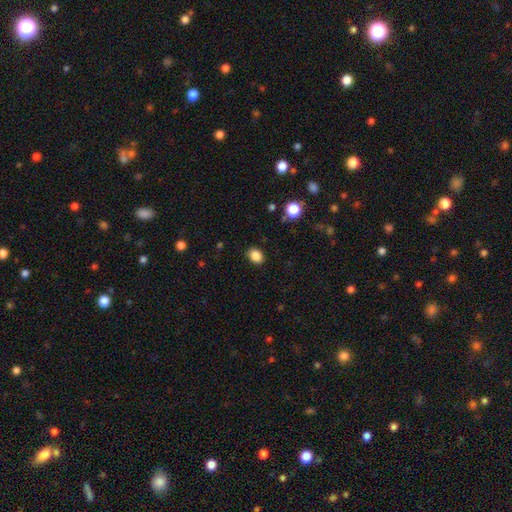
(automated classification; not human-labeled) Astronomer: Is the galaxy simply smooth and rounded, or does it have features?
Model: smooth — 87%.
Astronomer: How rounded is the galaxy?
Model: in between — 62%.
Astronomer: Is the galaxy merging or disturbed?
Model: none — 86%.